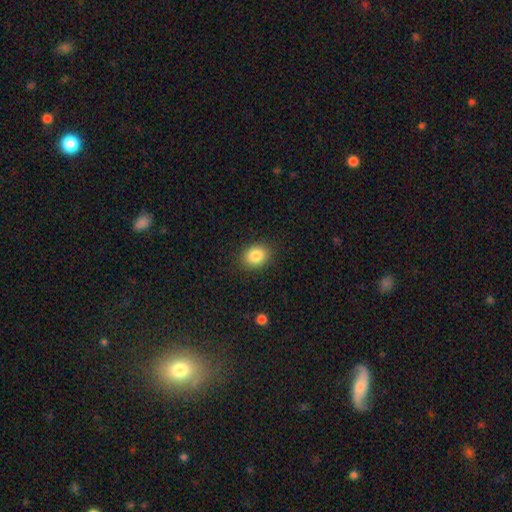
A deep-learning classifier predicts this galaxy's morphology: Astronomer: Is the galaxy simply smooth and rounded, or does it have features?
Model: smooth — 85%.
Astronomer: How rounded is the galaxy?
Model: in between — 56% (runner-up: round, 43%).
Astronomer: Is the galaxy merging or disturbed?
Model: none — 88%.